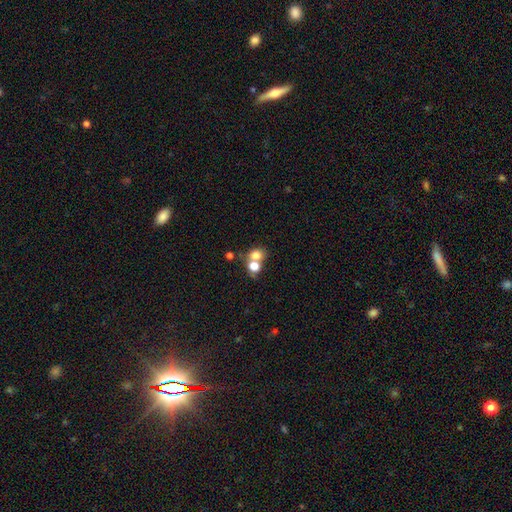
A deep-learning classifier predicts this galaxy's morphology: Overall: smooth (74%). How rounded: round (62%; in between 37%). Merging: merger (50%; none 38%).